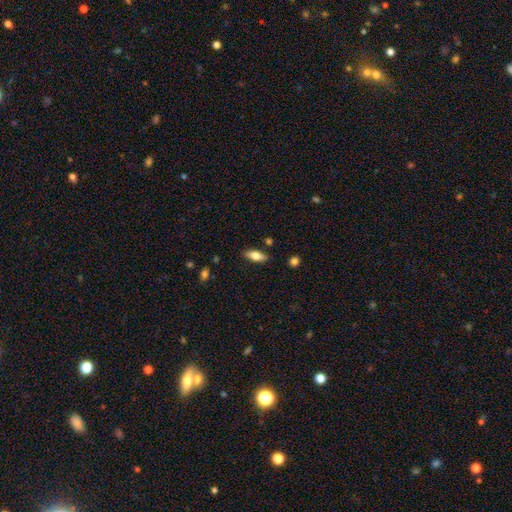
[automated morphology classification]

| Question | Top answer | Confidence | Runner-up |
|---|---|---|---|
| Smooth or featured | smooth | 75% | featured or disk (18%) |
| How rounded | in between | 78% | cigar-shaped (20%) |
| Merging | none | 85% | minor disturbance (11%) |